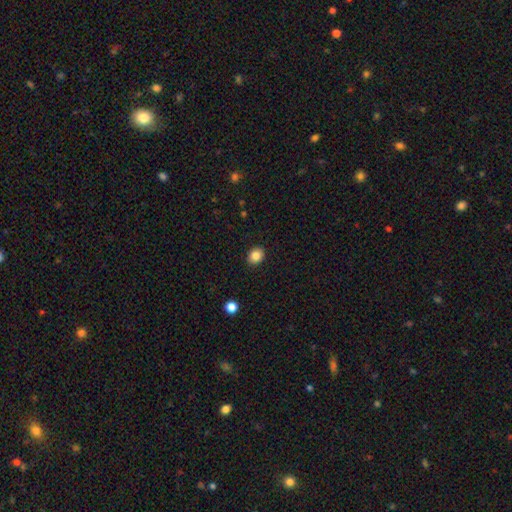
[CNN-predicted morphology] A smooth galaxy with no disk features (85%) that is round (53%).

Vote fractions:
- Smooth or featured? smooth: 85% / star or artifact: 10% / featured or disk: 5%
- How rounded? round: 53% / in between: 47% / cigar-shaped: 1%
- Merging? none: 90% / minor disturbance: 7% / major disturbance: 2% / merger: 1%